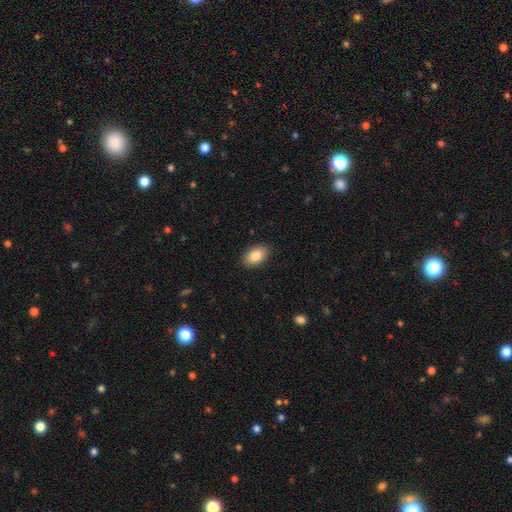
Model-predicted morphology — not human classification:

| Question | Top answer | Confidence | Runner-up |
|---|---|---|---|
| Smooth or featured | smooth | 84% | featured or disk (9%) |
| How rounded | in between | 91% | round (8%) |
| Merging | none | 88% | minor disturbance (9%) |